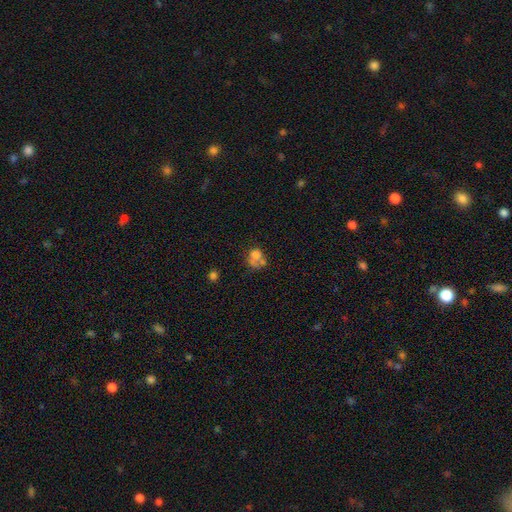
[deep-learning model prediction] This is likely a smooth galaxy (66%). How rounded: likely round (65%). Merging: marginally merger (37%).